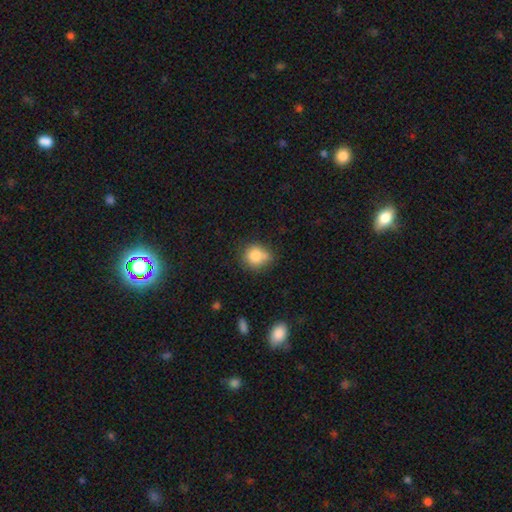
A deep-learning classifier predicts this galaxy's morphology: This appears to be a smooth galaxy with no disk features (81%) that is round (79%). Merging: none (57%).